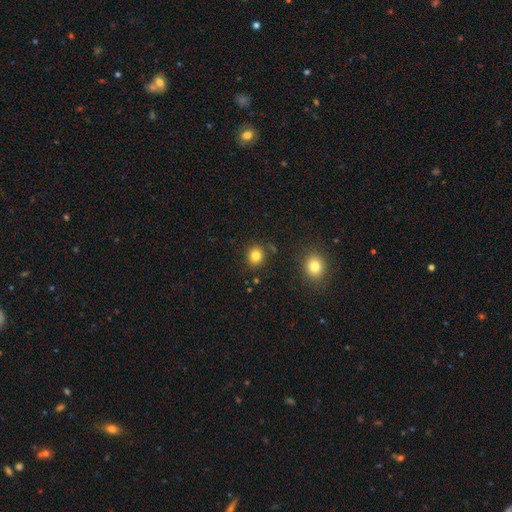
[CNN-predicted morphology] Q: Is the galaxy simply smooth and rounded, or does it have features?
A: smooth — 82%.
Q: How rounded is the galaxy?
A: round — 82%.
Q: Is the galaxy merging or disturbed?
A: none — 87%.